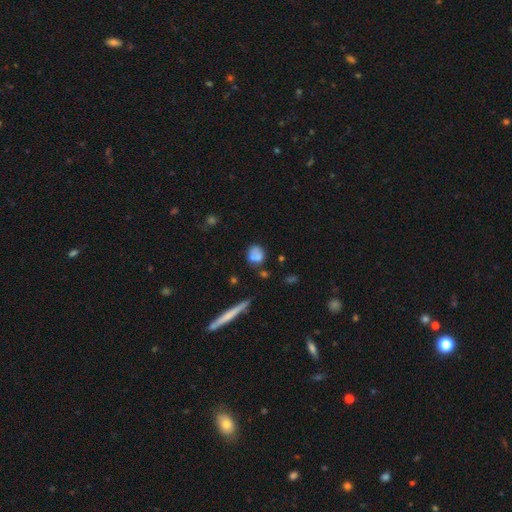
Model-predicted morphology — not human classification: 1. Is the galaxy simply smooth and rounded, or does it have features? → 70% smooth, 19% featured or disk, 10% star or artifact.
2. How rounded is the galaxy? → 61% round, 36% in between, 4% cigar-shaped.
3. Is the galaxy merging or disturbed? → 57% none, 20% minor disturbance, 14% merger, 8% major disturbance.